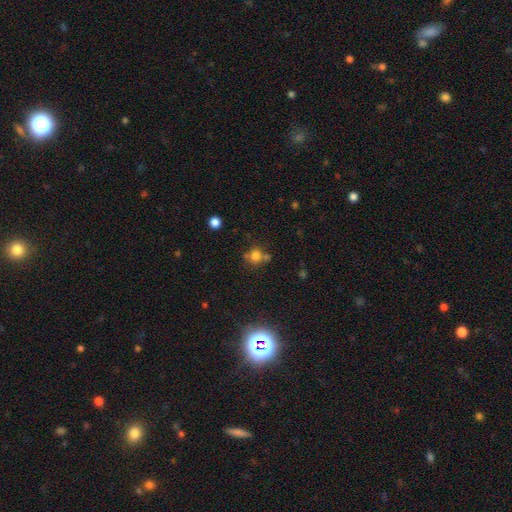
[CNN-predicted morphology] smooth 73%, star or artifact 17%, featured or disk 10%. Down the decision tree: how rounded — round (86%); merging — none (60%).